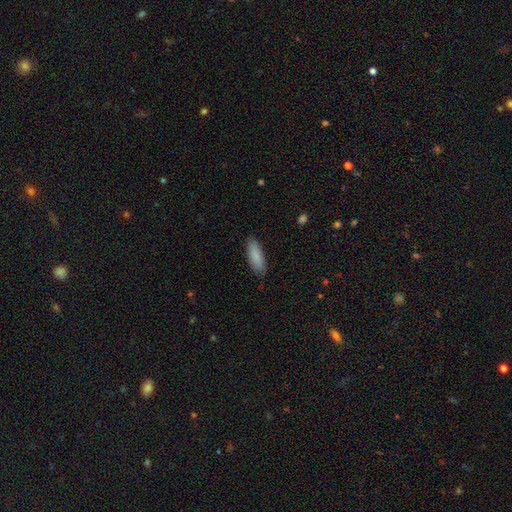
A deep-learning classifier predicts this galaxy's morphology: A smooth galaxy with no disk features (88%) that is in between round and cigar-shaped (62%). Merging: none (86%).